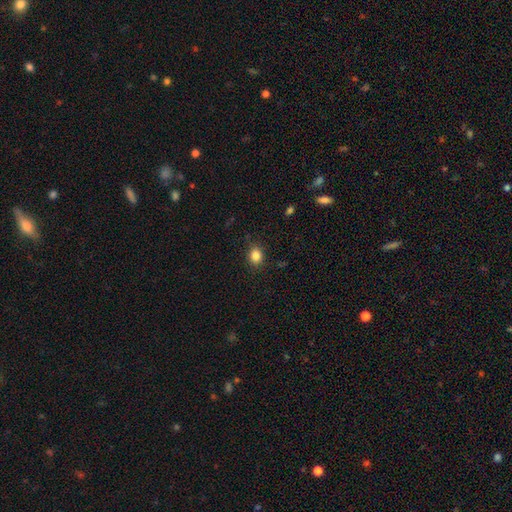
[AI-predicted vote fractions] This is clearly a smooth galaxy (85%). How rounded: possibly round (51%). Merging: clearly none (86%).